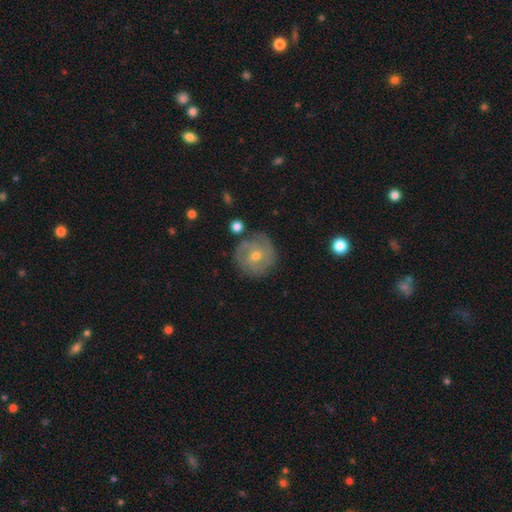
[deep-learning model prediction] Overall: featured or disk (67%). Edge-on disk: no (97%). Bar: no (67%). Spiral arms: yes (84%). Spiral arm count: can't tell (35%; 2 24%). Spiral winding: tight (62%; medium 29%). Bulge size: moderate (53%; small 44%). Merging: none (77%).